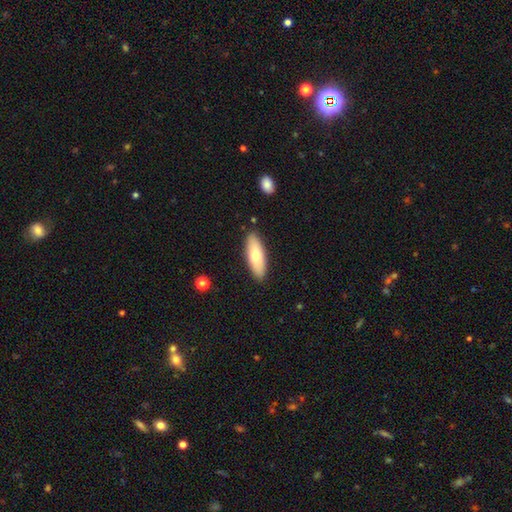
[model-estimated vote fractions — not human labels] smooth 73%, featured or disk 22%, star or artifact 6%. Down the decision tree: how rounded — in between (59%); merging — none (87%).